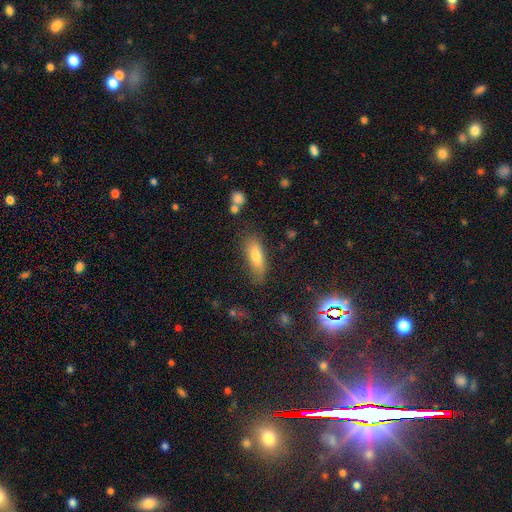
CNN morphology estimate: Q: Smooth or featured?
A: smooth (72%); runner-up: featured or disk (18%)
Q: How rounded?
A: in between (60%); runner-up: cigar-shaped (37%)
Q: Merging?
A: none (71%); runner-up: minor disturbance (20%)